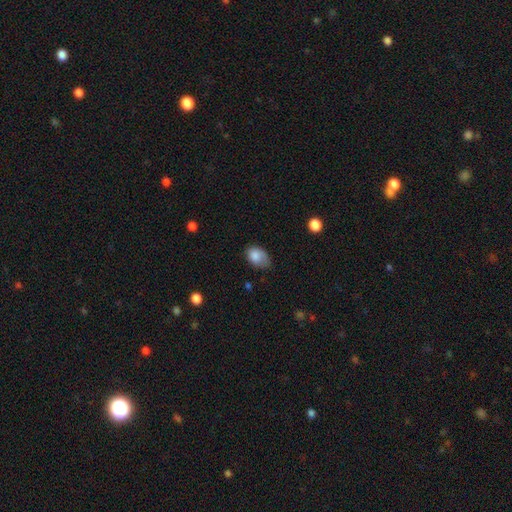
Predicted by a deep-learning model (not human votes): Smooth or featured? Predicted: smooth (p=0.82). How rounded? Predicted: in between (p=0.82). Merging? Predicted: none (p=0.47).